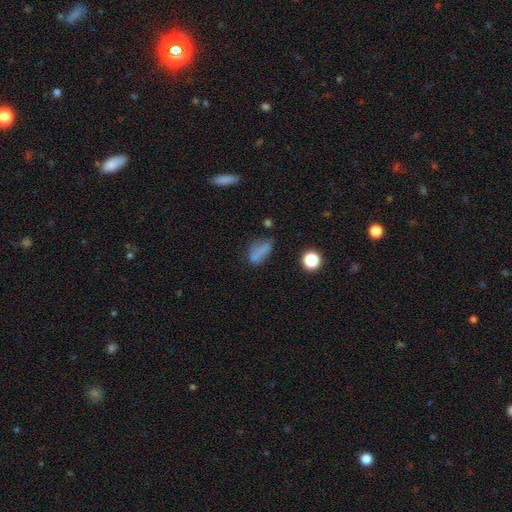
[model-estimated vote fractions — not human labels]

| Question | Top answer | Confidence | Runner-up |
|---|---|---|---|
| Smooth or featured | smooth | 68% | featured or disk (16%) |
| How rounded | in between | 65% | cigar-shaped (26%) |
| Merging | none | 57% | minor disturbance (23%) |